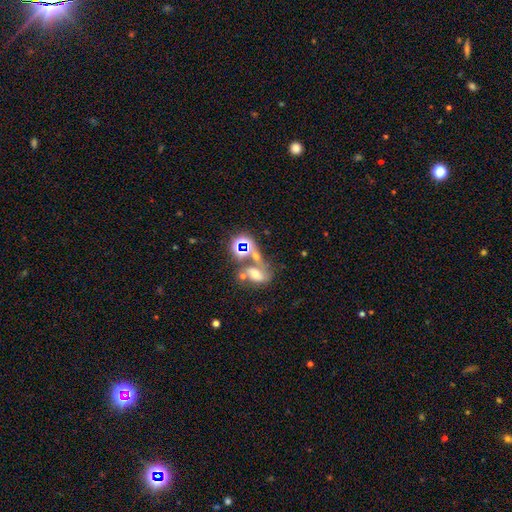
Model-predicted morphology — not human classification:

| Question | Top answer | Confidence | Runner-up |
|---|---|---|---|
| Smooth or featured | smooth | 40% | star or artifact (37%) |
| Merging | merger | 42% | none (35%) |